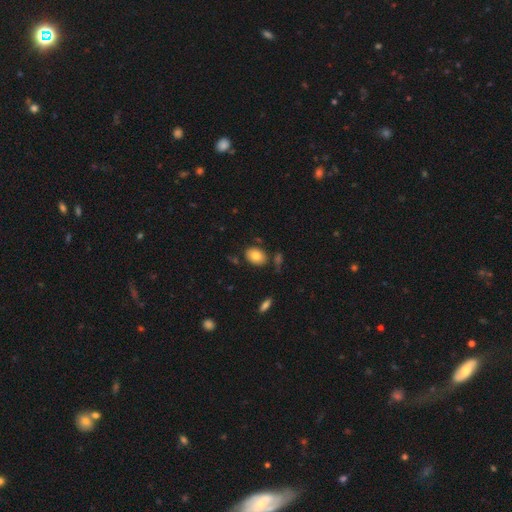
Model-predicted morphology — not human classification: This is clearly a smooth galaxy (80%). How rounded: likely in between (75%). Merging: clearly none (81%).